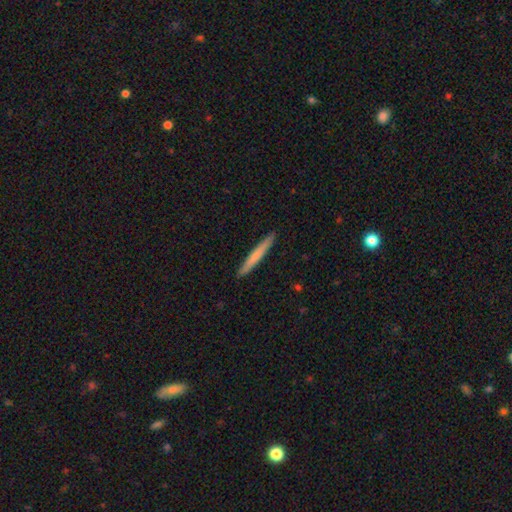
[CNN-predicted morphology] Q: Smooth or featured?
A: smooth (65%); runner-up: featured or disk (30%)
Q: How rounded?
A: cigar-shaped (96%); runner-up: in between (2%)
Q: Merging?
A: none (92%); runner-up: minor disturbance (6%)